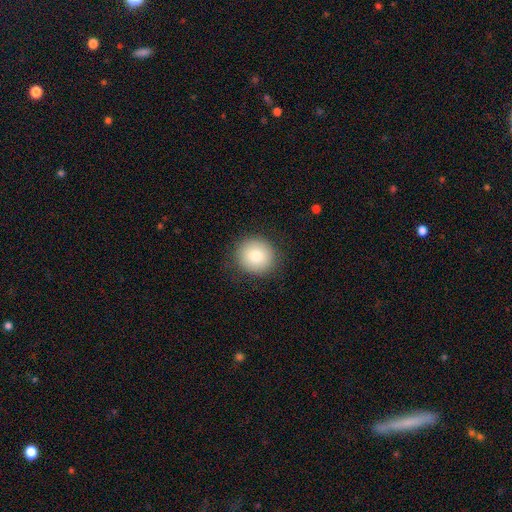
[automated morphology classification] A smooth galaxy with no disk features (81%) that is round (89%).

Vote fractions:
- Smooth or featured? smooth: 81% / featured or disk: 10% / star or artifact: 9%
- How rounded? round: 89% / in between: 10% / cigar-shaped: 1%
- Merging? none: 88% / minor disturbance: 8% / major disturbance: 3% / merger: 1%